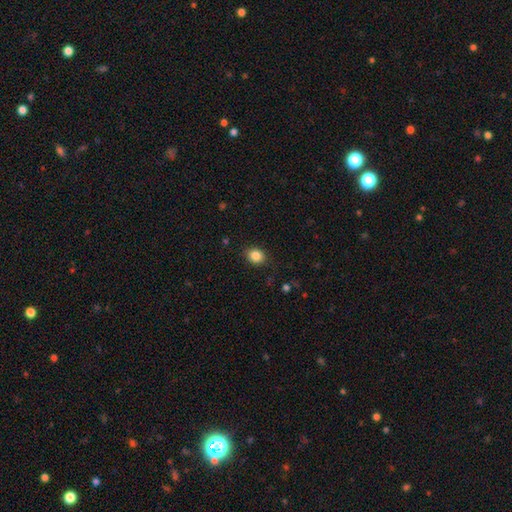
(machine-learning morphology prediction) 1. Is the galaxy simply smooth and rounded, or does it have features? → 85% smooth, 10% star or artifact, 5% featured or disk.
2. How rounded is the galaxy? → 54% round, 45% in between, 1% cigar-shaped.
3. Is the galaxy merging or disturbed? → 87% none, 10% minor disturbance, 3% major disturbance, 1% merger.